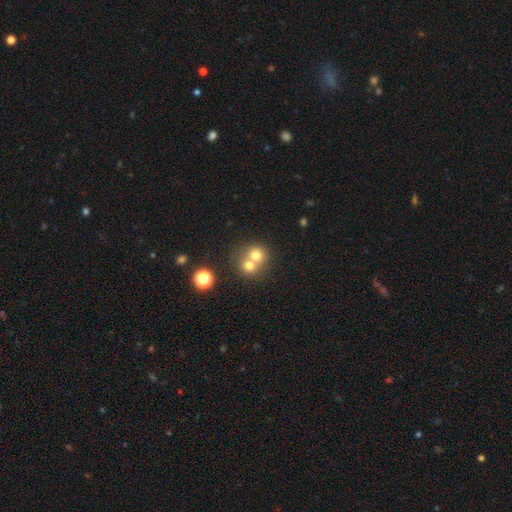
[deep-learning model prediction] smooth 71%, featured or disk 17%, star or artifact 13%. Down the decision tree: how rounded — round (81%); merging — merger (63%).